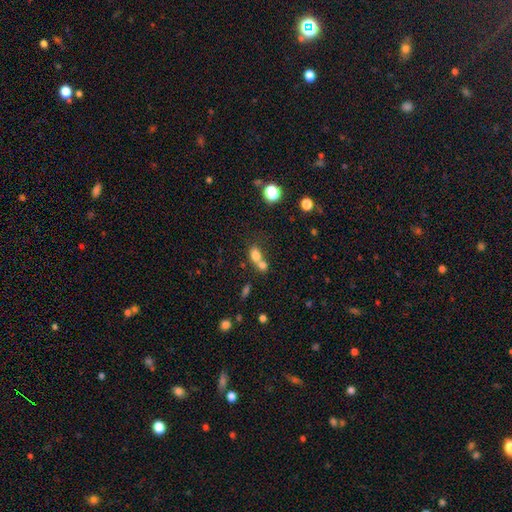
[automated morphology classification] Smooth or featured: smooth — 76% (star or artifact — 13%)
How rounded: in between — 66% (round — 31%)
Merging: merger — 60% (none — 29%)